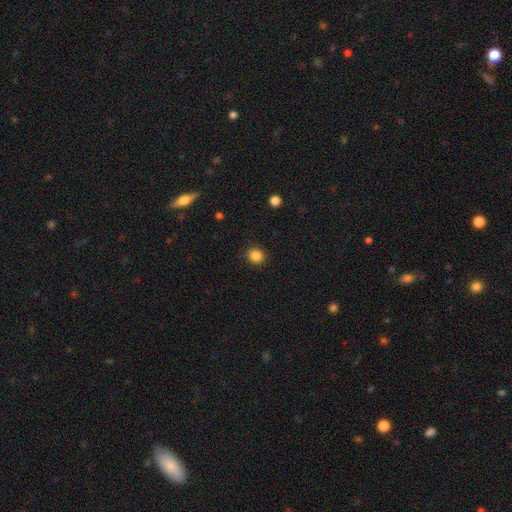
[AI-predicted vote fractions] The model was most divided on "how rounded": round: 78%, in between: 21%, cigar-shaped: 1%. More confident: merging — none (90%); smooth or featured — smooth (86%).